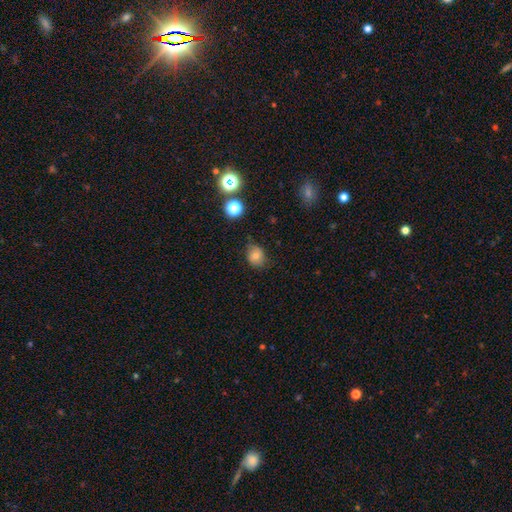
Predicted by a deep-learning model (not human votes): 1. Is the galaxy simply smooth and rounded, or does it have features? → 75% smooth, 13% star or artifact, 12% featured or disk.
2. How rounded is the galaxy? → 51% round, 48% in between, 1% cigar-shaped.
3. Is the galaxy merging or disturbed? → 70% none, 22% minor disturbance, 5% major disturbance, 2% merger.